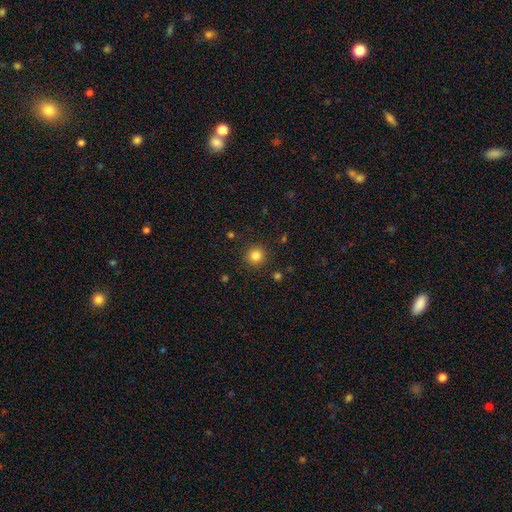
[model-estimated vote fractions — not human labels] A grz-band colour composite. It shows a smooth galaxy with no disk features (84%) that is round (94%). Merging: none (89%).